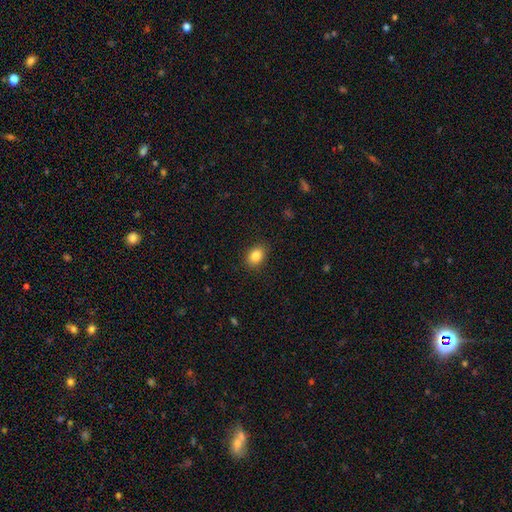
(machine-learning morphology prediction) type=smooth (84%); roundness=in between (66%); merging=none (87%).